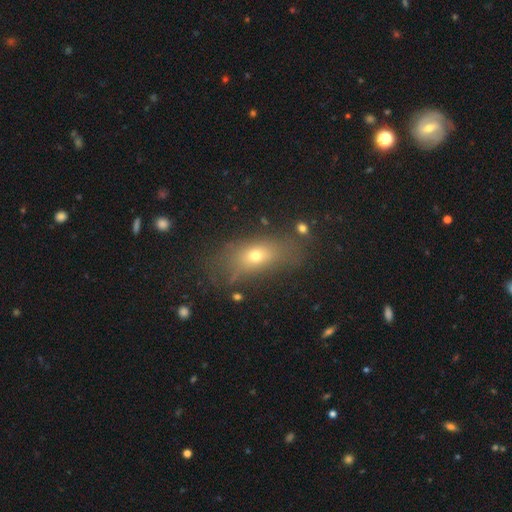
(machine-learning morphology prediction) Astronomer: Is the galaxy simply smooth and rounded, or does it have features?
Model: smooth — 62%.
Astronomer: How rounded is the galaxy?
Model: in between — 70%.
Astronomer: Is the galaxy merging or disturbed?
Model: none — 66%.